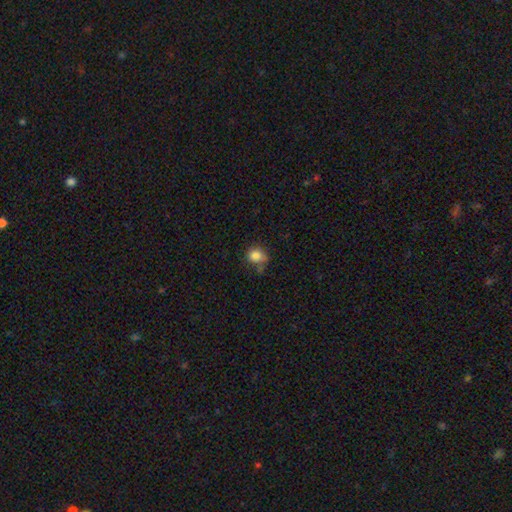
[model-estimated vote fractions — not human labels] The model was most divided on "merging": none: 59%, minor disturbance: 26%, major disturbance: 7%, merger: 7%. More confident: smooth or featured — smooth (83%); how rounded — round (72%).